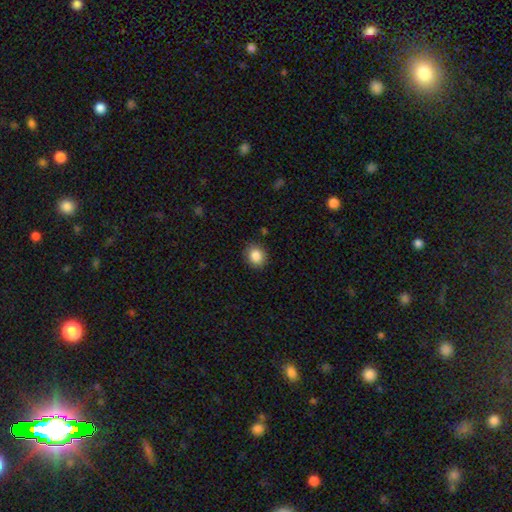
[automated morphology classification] A smooth galaxy with no disk features (87%) that is round (75%). Merging: none (87%).